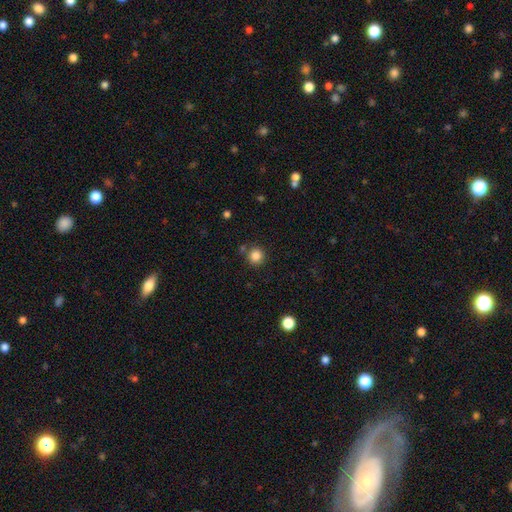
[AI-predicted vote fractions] Smooth or featured: smooth — 85% (star or artifact — 11%)
How rounded: round — 94% (in between — 5%)
Merging: none — 84% (minor disturbance — 8%)